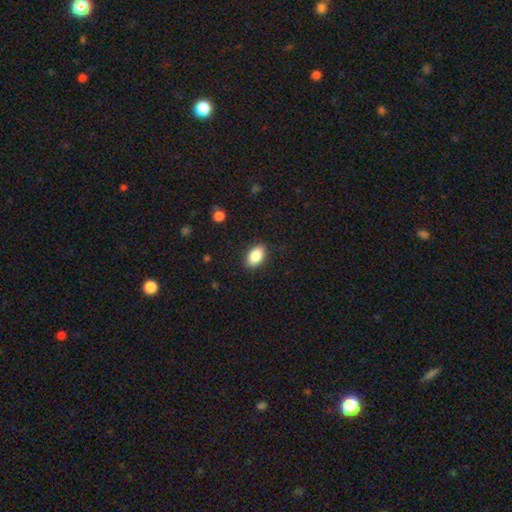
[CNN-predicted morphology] Overall: smooth (86%). How rounded: in between (91%). Merging: none (88%).